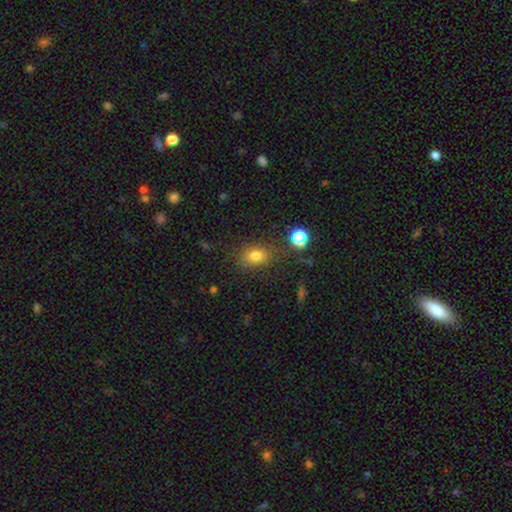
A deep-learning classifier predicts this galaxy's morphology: Smooth or featured?
  - smooth: 77% *
  - star or artifact: 15%
  - featured or disk: 8%
How rounded?
  - in between: 72% *
  - round: 27%
  - cigar-shaped: 2%
Merging?
  - none: 76% *
  - minor disturbance: 14%
  - major disturbance: 5%
  - merger: 4%